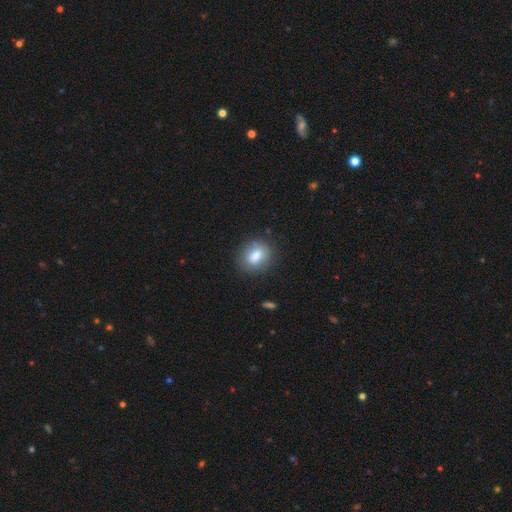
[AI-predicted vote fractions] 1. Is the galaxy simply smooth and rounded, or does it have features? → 80% smooth, 12% featured or disk, 8% star or artifact.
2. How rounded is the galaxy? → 57% in between, 41% round, 2% cigar-shaped.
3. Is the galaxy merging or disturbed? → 79% none, 15% minor disturbance, 4% major disturbance, 2% merger.